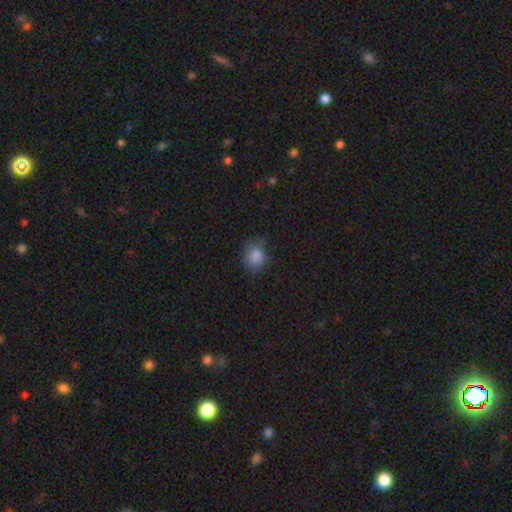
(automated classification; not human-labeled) smooth-or-featured: smooth: 83% | star or artifact: 11% | featured or disk: 6%
  how-rounded: round: 63% | in between: 36% | cigar-shaped: 1%
  merging: none: 66% | minor disturbance: 25% | major disturbance: 7% | merger: 1%